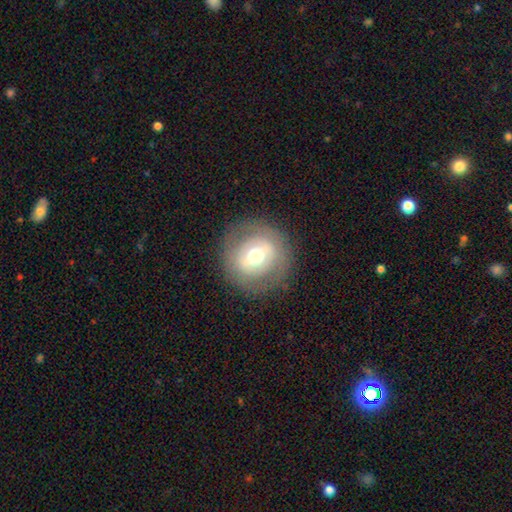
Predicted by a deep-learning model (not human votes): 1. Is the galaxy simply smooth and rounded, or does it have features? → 50% featured or disk, 42% smooth, 8% star or artifact.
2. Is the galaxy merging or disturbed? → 84% none, 9% minor disturbance, 6% major disturbance, 1% merger.